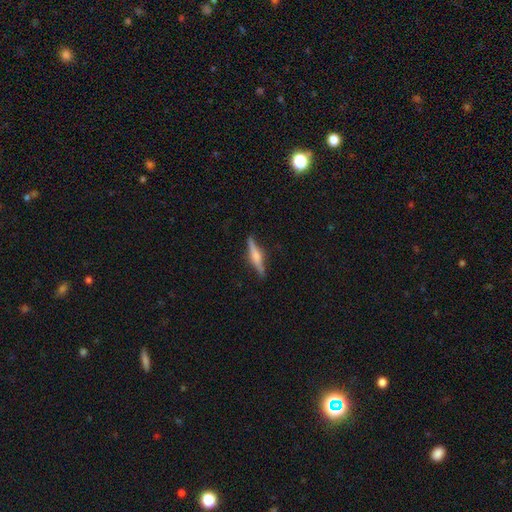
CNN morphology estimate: smooth_or_featured: featured or disk (p=0.60) [alt: smooth p=0.33]
disk_edge_on: yes (p=0.97) [alt: no p=0.03]
edge_on_bulge: rounded (p=0.71) [alt: boxy p=0.21]
merging: none (p=0.86) [alt: minor disturbance p=0.10]